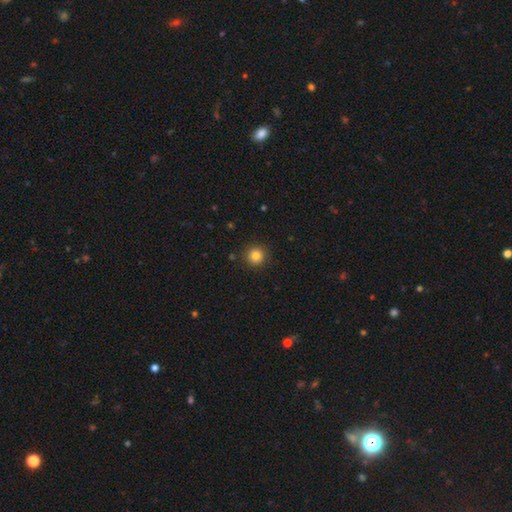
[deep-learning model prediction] A smooth galaxy with no disk features (82%) that is round (94%). Merging: none (90%).